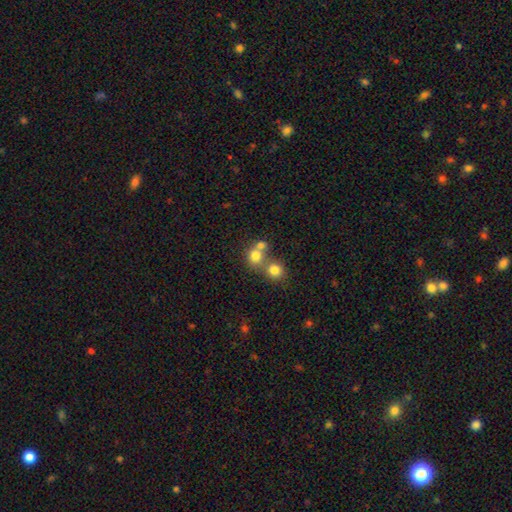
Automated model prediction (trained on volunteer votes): This is likely a smooth galaxy (75%). How rounded: clearly round (84%). Merging: possibly merger (46%).